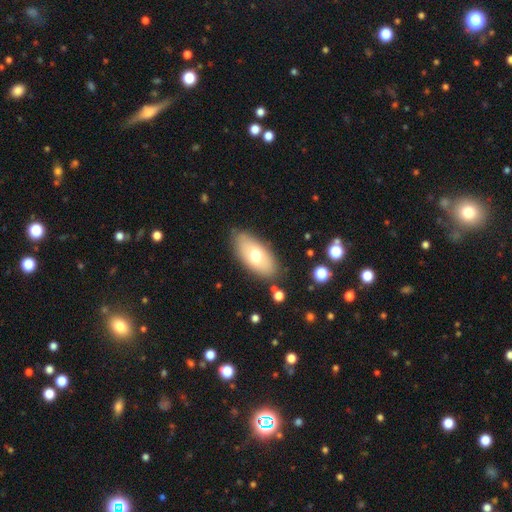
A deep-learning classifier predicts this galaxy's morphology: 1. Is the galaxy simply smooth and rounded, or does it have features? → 66% smooth, 27% featured or disk, 7% star or artifact.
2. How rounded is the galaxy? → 90% in between, 6% cigar-shaped, 4% round.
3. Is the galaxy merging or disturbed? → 81% none, 13% minor disturbance, 4% major disturbance, 2% merger.